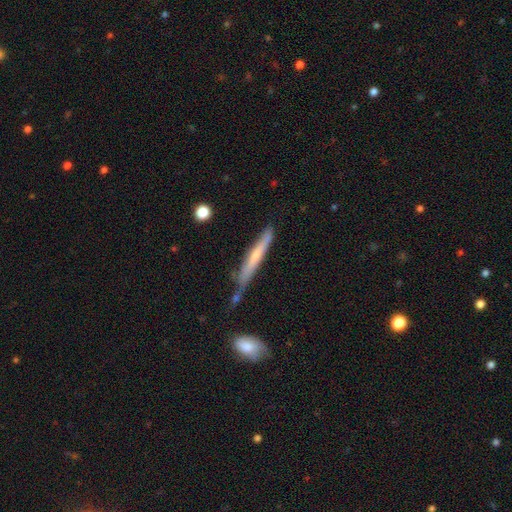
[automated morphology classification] smooth 47% (tied), featured or disk 47% (tied), star or artifact 6%. Down the decision tree: merging — none (67%).